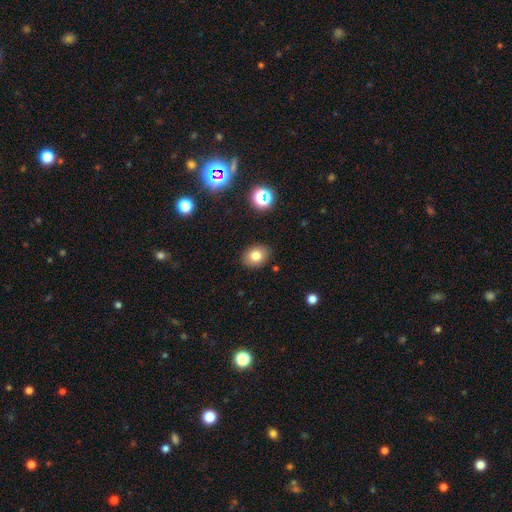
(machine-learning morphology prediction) Smooth or featured? Predicted: smooth (p=0.78). How rounded? Predicted: in between (p=0.63). Merging? Predicted: none (p=0.87).